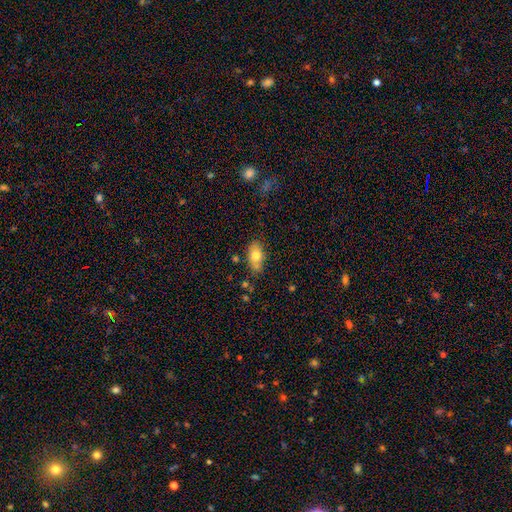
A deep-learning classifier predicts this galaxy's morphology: type=smooth (75%); roundness=in between (86%); merging=none (67%).